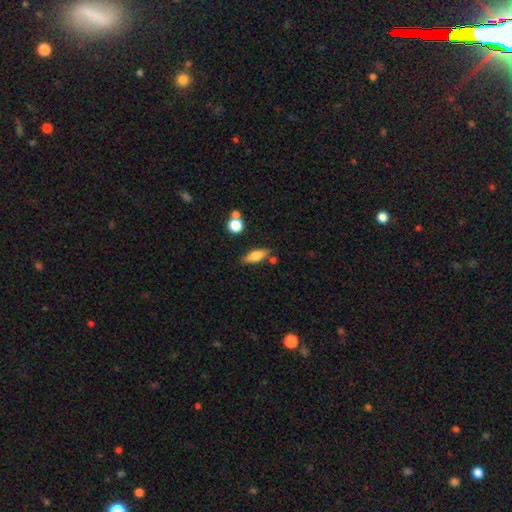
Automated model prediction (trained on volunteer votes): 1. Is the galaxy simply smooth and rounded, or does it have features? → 66% smooth, 26% featured or disk, 8% star or artifact.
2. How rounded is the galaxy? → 58% in between, 37% cigar-shaped, 5% round.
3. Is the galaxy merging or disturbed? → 75% none, 14% minor disturbance, 7% merger, 4% major disturbance.